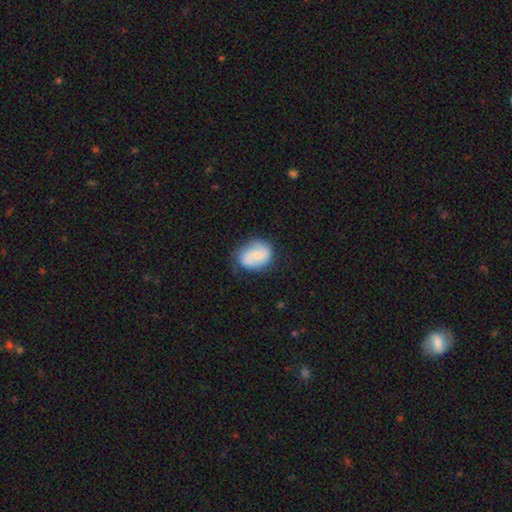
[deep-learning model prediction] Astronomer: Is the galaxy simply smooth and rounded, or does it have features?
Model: smooth — 59%.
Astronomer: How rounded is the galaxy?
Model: in between — 59% (runner-up: round, 40%).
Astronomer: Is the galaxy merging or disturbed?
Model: none — 65%.